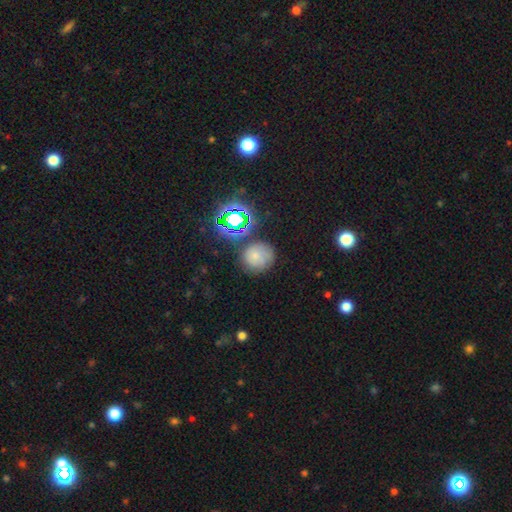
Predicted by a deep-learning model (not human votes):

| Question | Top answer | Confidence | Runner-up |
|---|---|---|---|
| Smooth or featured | smooth | 59% | star or artifact (24%) |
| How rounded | round | 85% | in between (14%) |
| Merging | none | 69% | minor disturbance (17%) |